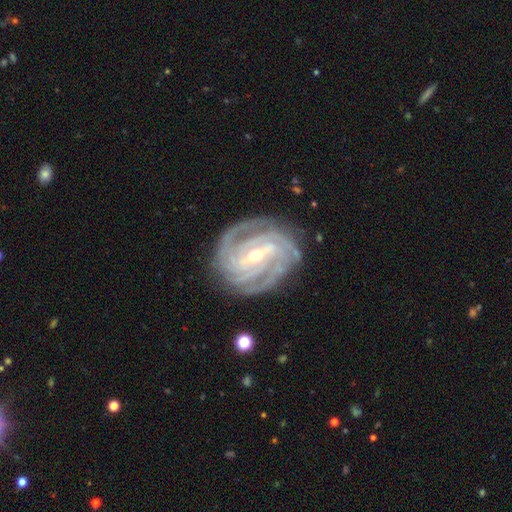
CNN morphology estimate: Smooth or featured? Predicted: featured or disk (p=0.93). Edge-on disk? Predicted: no (p=0.97). Bar? Predicted: strong (p=0.46). Spiral arms? Predicted: yes (p=0.98). Spiral winding? Predicted: tight (p=0.74). Spiral arm count? Predicted: 4 (p=0.34). Bulge size? Predicted: small (p=0.57). Merging? Predicted: none (p=0.81).